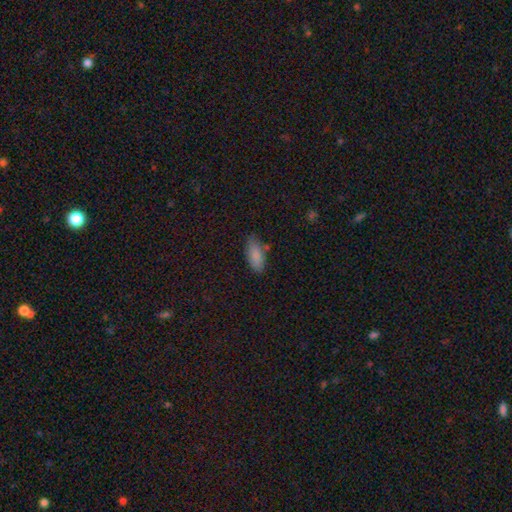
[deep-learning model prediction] smooth-or-featured: smooth: 87% | star or artifact: 7% | featured or disk: 6%
  how-rounded: in between: 87% | cigar-shaped: 11% | round: 2%
  merging: none: 71% | minor disturbance: 20% | merger: 5% | major disturbance: 4%